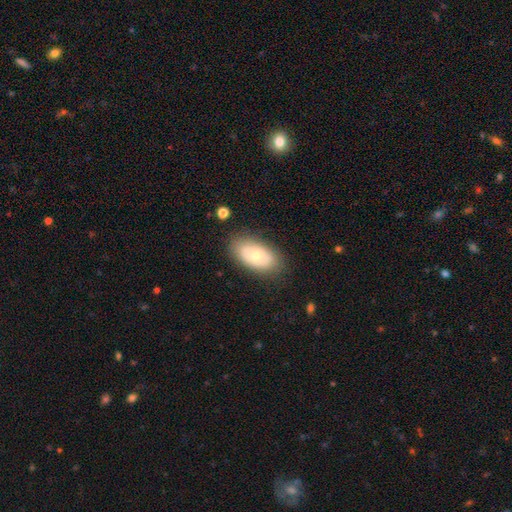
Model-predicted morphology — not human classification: A smooth galaxy with no disk features (50%) that is in between round and cigar-shaped (90%).

Vote fractions:
- Smooth or featured? smooth: 50% / featured or disk: 44% / star or artifact: 6%
- How rounded? in between: 90% / round: 9% / cigar-shaped: 2%
- Merging? none: 81% / minor disturbance: 13% / major disturbance: 5% / merger: 1%